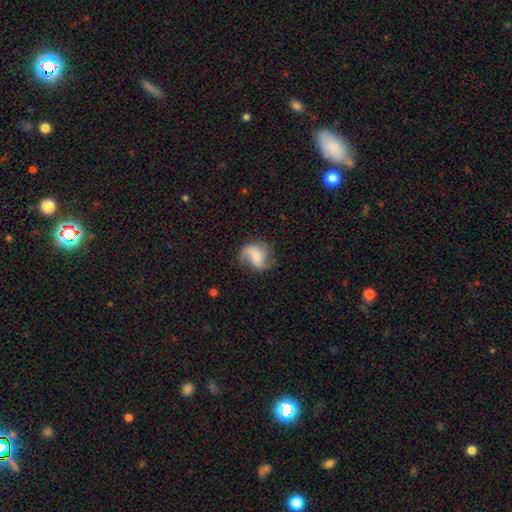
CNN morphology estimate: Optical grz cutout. It shows a featured or disk galaxy (70%) with no bar (50%), 2 (73%) loose (62%) spiral arms (94%) and a small central bulge (50%). Merging: none (69%).